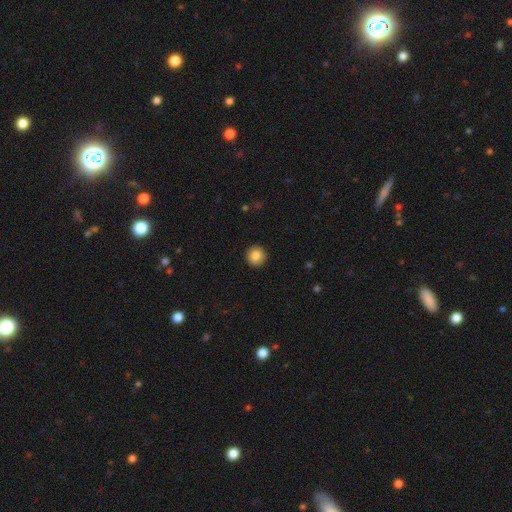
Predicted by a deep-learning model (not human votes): smooth-or-featured: smooth: 85% | star or artifact: 9% | featured or disk: 6%
  how-rounded: round: 95% | in between: 4% | cigar-shaped: 1%
  merging: none: 93% | minor disturbance: 5% | major disturbance: 2% | merger: 1%